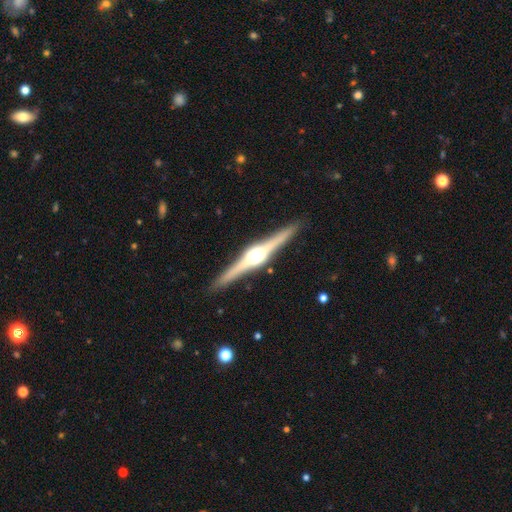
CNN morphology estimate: type=featured or disk (85%); edge-on=yes (98%); edge-on bulge=rounded (92%); merging=none (91%).